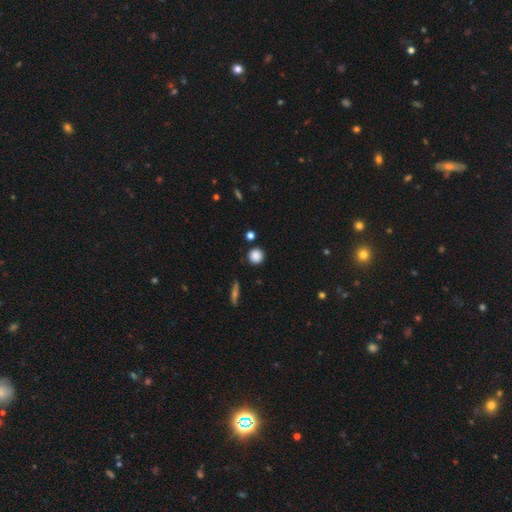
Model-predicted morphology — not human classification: smooth_or_featured: smooth (p=0.86) [alt: star or artifact p=0.10]
how_rounded: round (p=0.93) [alt: in between p=0.05]
merging: none (p=0.88) [alt: minor disturbance p=0.07]